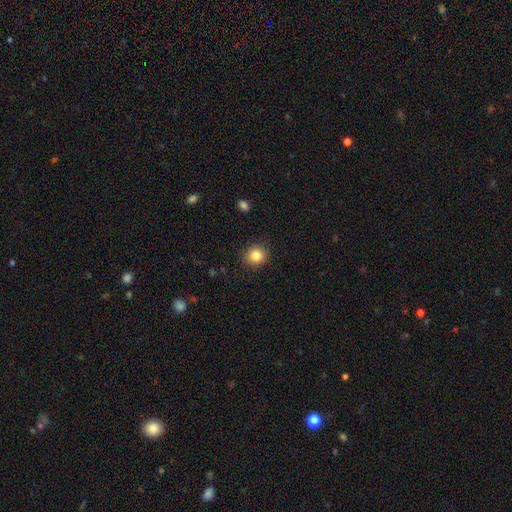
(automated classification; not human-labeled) smooth 84%, star or artifact 10%, featured or disk 5%. Down the decision tree: how rounded — round (81%); merging — none (89%).